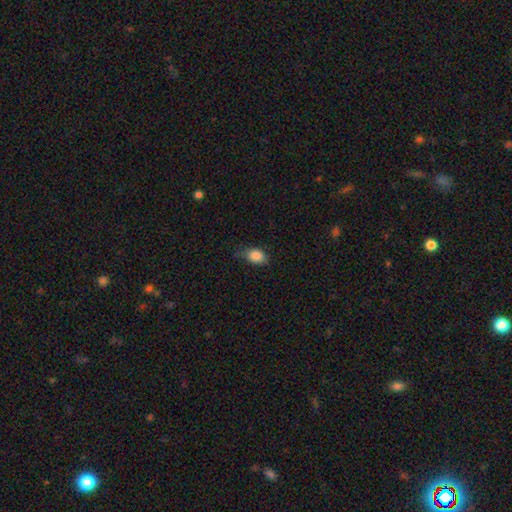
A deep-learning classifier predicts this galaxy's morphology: smooth_or_featured: smooth (p=0.86) [alt: star or artifact p=0.08]
how_rounded: in between (p=0.82) [alt: round p=0.16]
merging: none (p=0.57) [alt: minor disturbance p=0.33]